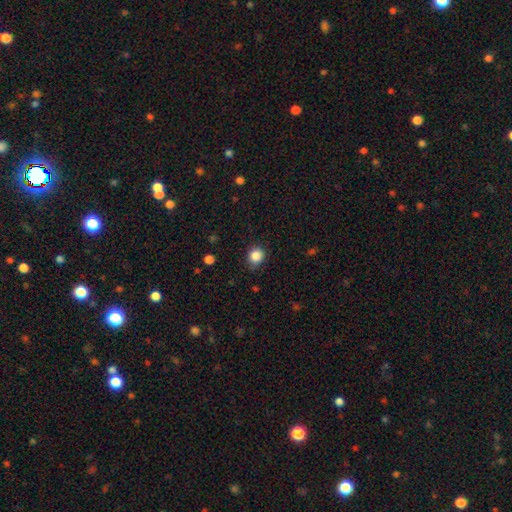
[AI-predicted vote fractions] smooth 86%, star or artifact 10%, featured or disk 4%. Down the decision tree: how rounded — round (82%); merging — none (79%).